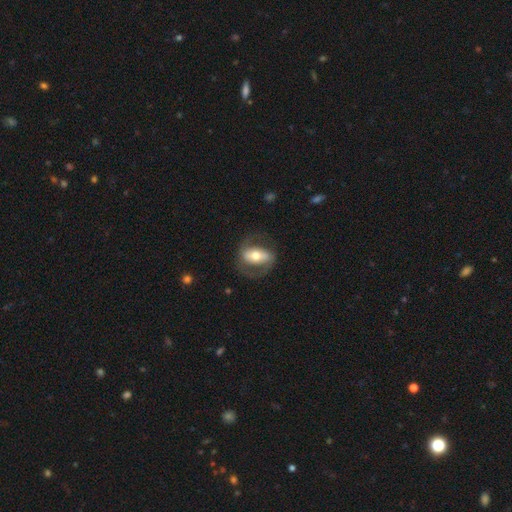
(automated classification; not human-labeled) A featured or disk galaxy (62%) with a strong bar (49%), spiral arms (68%) and a moderate central bulge (66%).

Vote fractions:
- Smooth or featured? featured or disk: 62% / smooth: 32% / star or artifact: 6%
- Edge-on disk? no: 92% / yes: 8%
- Bar? strong: 49% / weak: 26% / no: 25%
- Spiral arms? yes: 68% / no: 32%
- Bulge size? moderate: 66% / small: 16% / large: 15% / dominant: 2% / none: 1%
- Merging? none: 68% / minor disturbance: 17% / major disturbance: 14% / merger: 1%